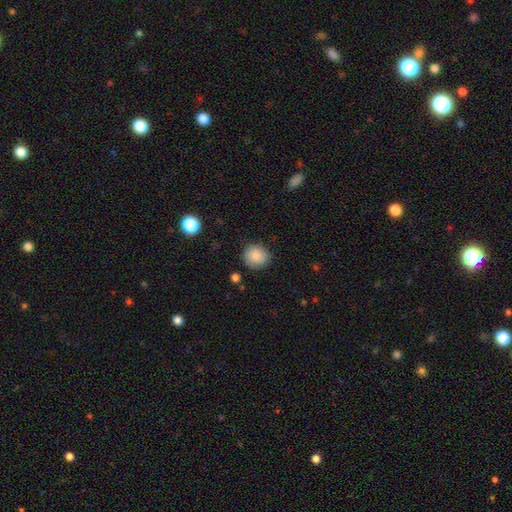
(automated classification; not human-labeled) smooth-or-featured: smooth: 84% | featured or disk: 8% | star or artifact: 8%
  how-rounded: round: 86% | in between: 13% | cigar-shaped: 1%
  merging: none: 83% | minor disturbance: 13% | major disturbance: 3% | merger: 1%